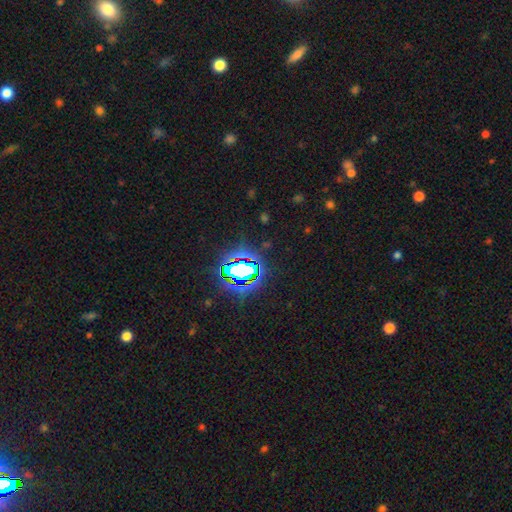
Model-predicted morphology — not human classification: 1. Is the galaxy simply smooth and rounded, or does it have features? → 84% star or artifact, 9% smooth, 6% featured or disk.